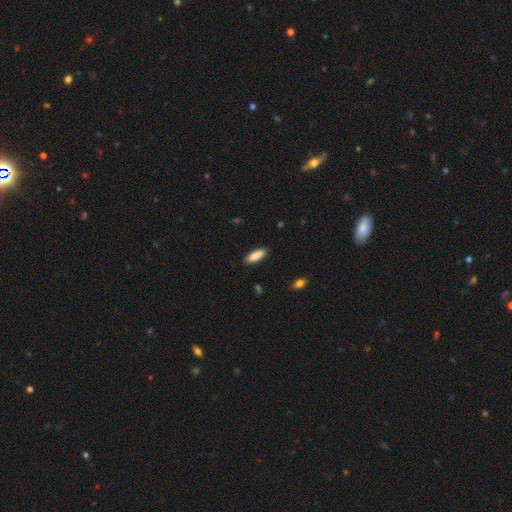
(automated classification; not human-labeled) This is clearly a smooth galaxy (88%). How rounded: likely in between (62%). Merging: clearly none (89%).